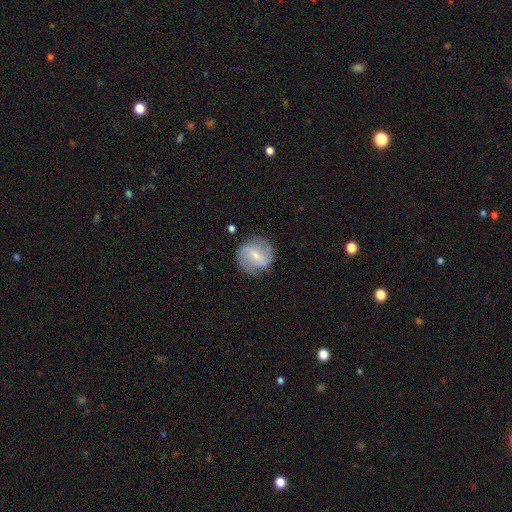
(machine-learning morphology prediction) Smooth or featured? Predicted: featured or disk (p=0.62). Edge-on disk? Predicted: no (p=0.96). Bar? Predicted: weak (p=0.50). Spiral arms? Predicted: yes (p=0.78). Bulge size? Predicted: small (p=0.64). Merging? Predicted: none (p=0.78).